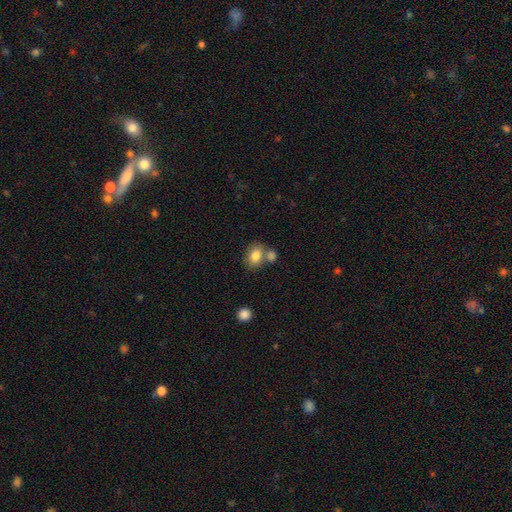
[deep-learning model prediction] Q: Smooth or featured?
A: smooth (82%); runner-up: featured or disk (10%)
Q: How rounded?
A: in between (65%); runner-up: round (34%)
Q: Merging?
A: none (53%); runner-up: merger (32%)